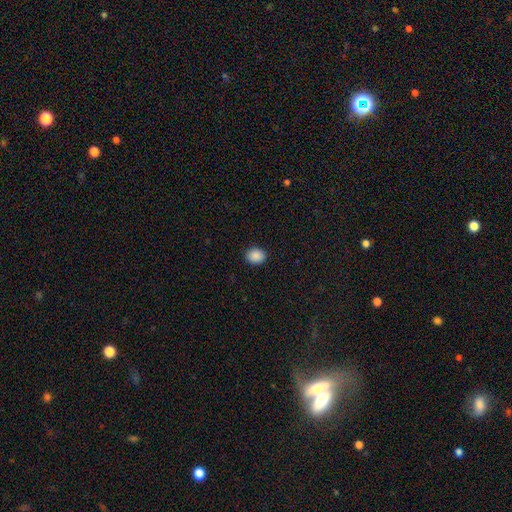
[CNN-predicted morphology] smooth_or_featured: smooth (p=0.89) [alt: star or artifact p=0.08]
how_rounded: round (p=0.58) [alt: in between p=0.41]
merging: none (p=0.91) [alt: minor disturbance p=0.06]